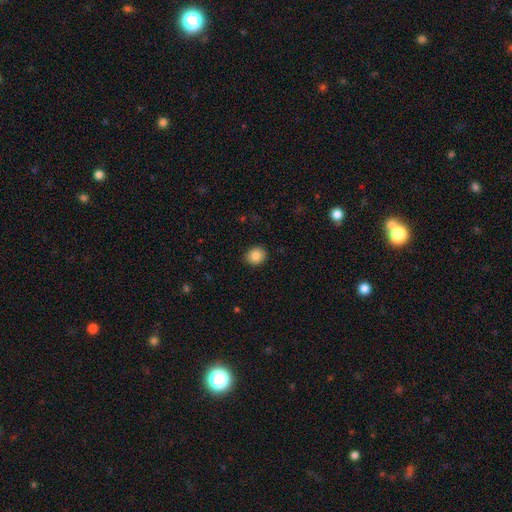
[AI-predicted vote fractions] Smooth or featured? Predicted: smooth (p=0.85). How rounded? Predicted: round (p=0.69). Merging? Predicted: none (p=0.89).